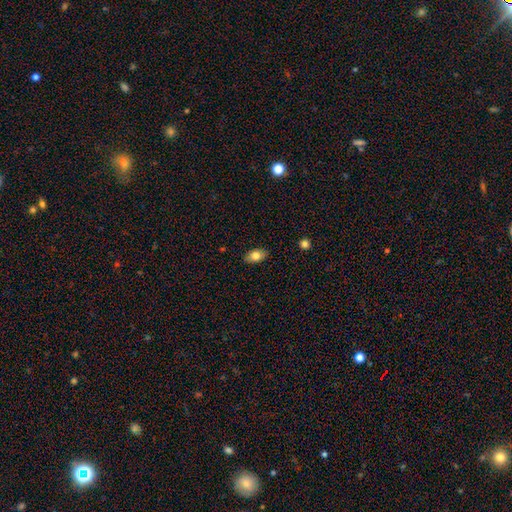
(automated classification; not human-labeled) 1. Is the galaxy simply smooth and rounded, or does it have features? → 79% smooth, 13% featured or disk, 8% star or artifact.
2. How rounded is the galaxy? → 89% in between, 8% round, 3% cigar-shaped.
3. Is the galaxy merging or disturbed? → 87% none, 10% minor disturbance, 2% major disturbance, 1% merger.